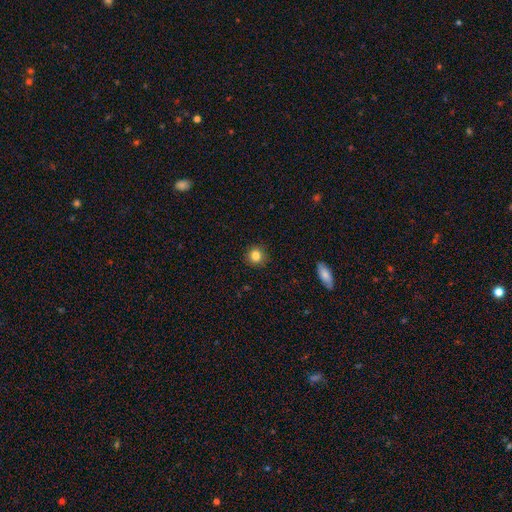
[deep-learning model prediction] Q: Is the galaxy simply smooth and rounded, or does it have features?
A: smooth — 84%.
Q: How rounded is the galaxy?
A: round — 92%.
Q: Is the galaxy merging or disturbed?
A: none — 90%.